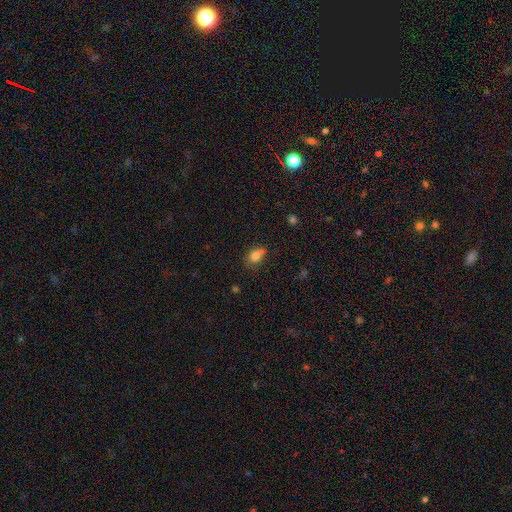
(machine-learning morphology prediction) Smooth or featured?
  - smooth: 79% *
  - star or artifact: 11%
  - featured or disk: 10%
How rounded?
  - in between: 62% *
  - round: 36%
  - cigar-shaped: 2%
Merging?
  - none: 53% *
  - minor disturbance: 28%
  - merger: 12%
  - major disturbance: 7%